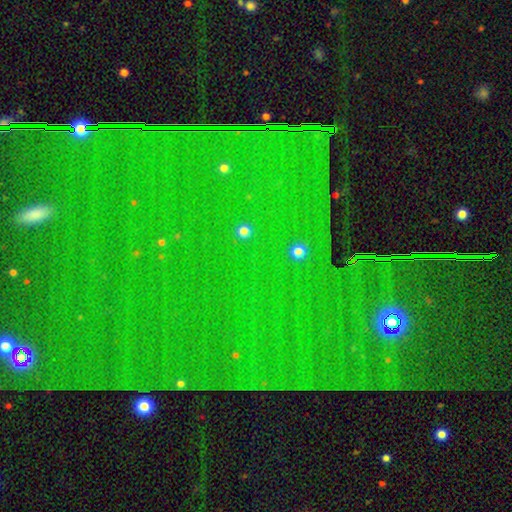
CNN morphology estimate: Smooth or featured? Predicted: star or artifact (p=0.85).